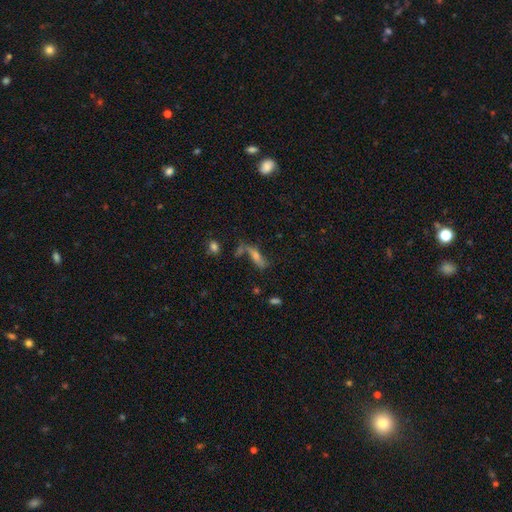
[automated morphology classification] Smooth or featured? smooth (44%)
Merging? none (53%)